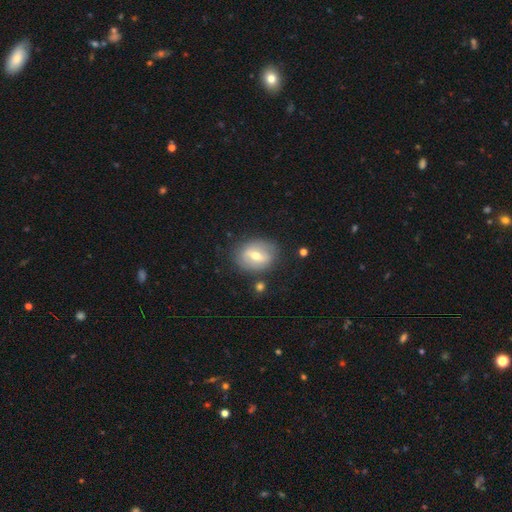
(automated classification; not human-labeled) smooth-or-featured: featured or disk: 51% | smooth: 42% | star or artifact: 7%
  disk-edge-on: no: 89% | yes: 11%
  merging: none: 78% | minor disturbance: 15% | major disturbance: 5% | merger: 3%